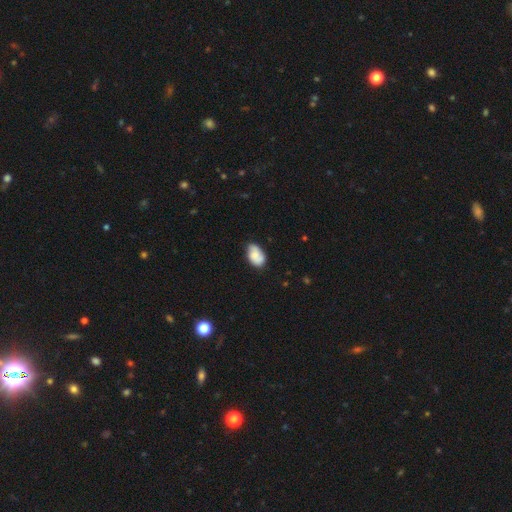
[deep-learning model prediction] smooth-or-featured: smooth: 71% | featured or disk: 21% | star or artifact: 8%
  how-rounded: in between: 90% | round: 9% | cigar-shaped: 1%
  merging: none: 62% | minor disturbance: 30% | major disturbance: 6% | merger: 2%